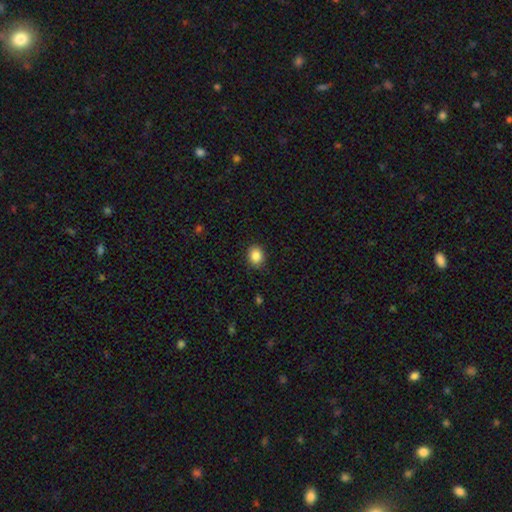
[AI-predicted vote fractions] A smooth galaxy with no disk features (86%) that is round (67%). Merging: none (87%).